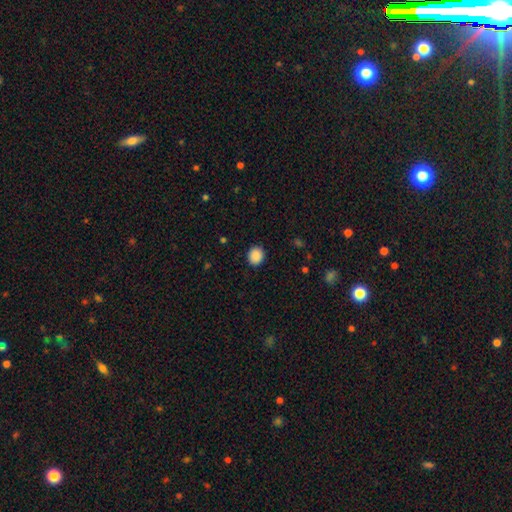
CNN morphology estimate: Q: Smooth or featured?
A: smooth (89%); runner-up: star or artifact (9%)
Q: How rounded?
A: round (74%); runner-up: in between (25%)
Q: Merging?
A: none (90%); runner-up: minor disturbance (7%)